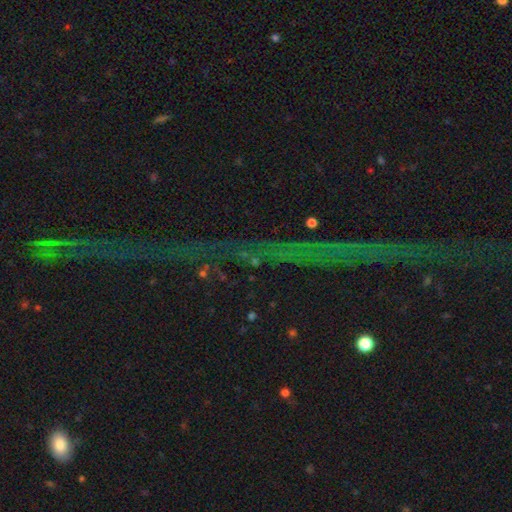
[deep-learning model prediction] Morphology: type=star or artifact (76%).